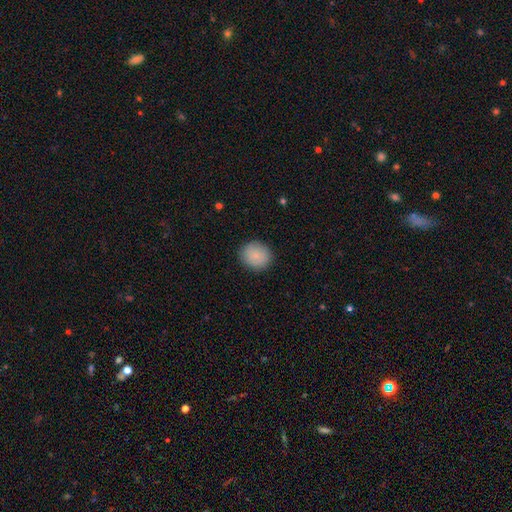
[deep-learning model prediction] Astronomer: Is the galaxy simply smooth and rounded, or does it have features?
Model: smooth — 84%.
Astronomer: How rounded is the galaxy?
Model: round — 79%.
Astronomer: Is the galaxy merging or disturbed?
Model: none — 87%.